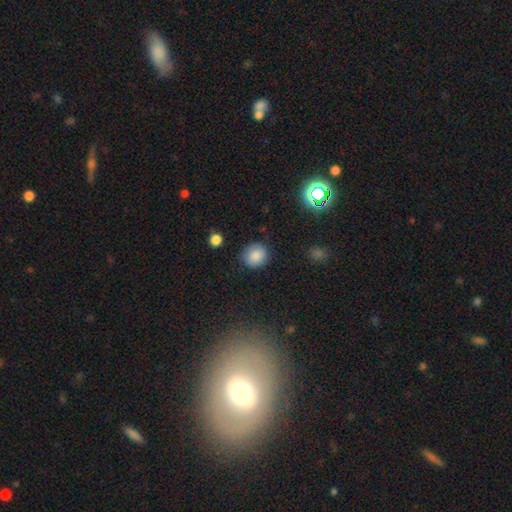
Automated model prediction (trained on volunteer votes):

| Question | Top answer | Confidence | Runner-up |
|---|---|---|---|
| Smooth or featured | smooth | 85% | star or artifact (9%) |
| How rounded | round | 80% | in between (19%) |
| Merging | none | 83% | minor disturbance (12%) |